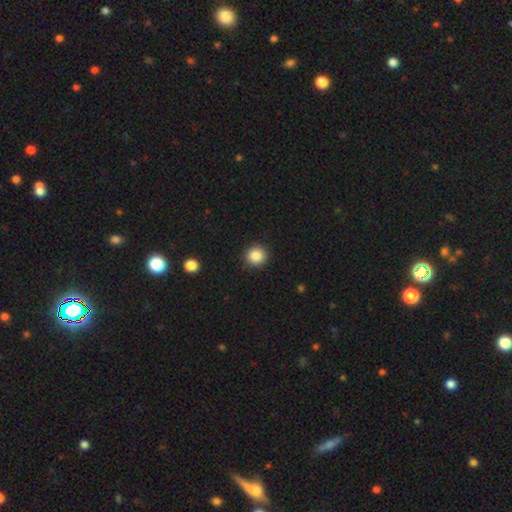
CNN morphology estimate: A smooth galaxy with no disk features (86%) that is round (94%).

Vote fractions:
- Smooth or featured? smooth: 86% / star or artifact: 10% / featured or disk: 4%
- How rounded? round: 94% / in between: 5% / cigar-shaped: 1%
- Merging? none: 91% / minor disturbance: 6% / major disturbance: 2% / merger: 1%